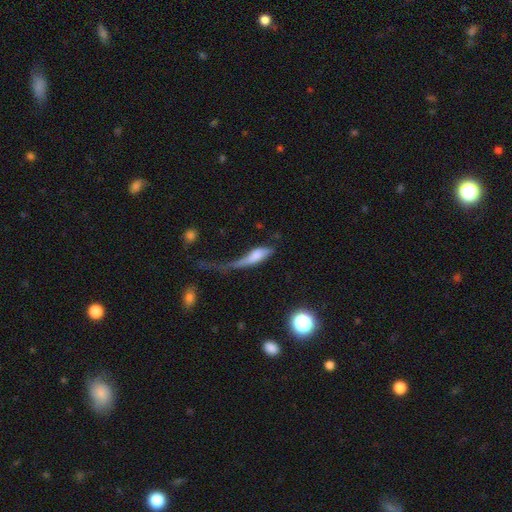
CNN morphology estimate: The model was most divided on "how rounded": in between: 58%, cigar-shaped: 37%, round: 5%. More confident: smooth or featured — smooth (64%); merging — major disturbance (58%).